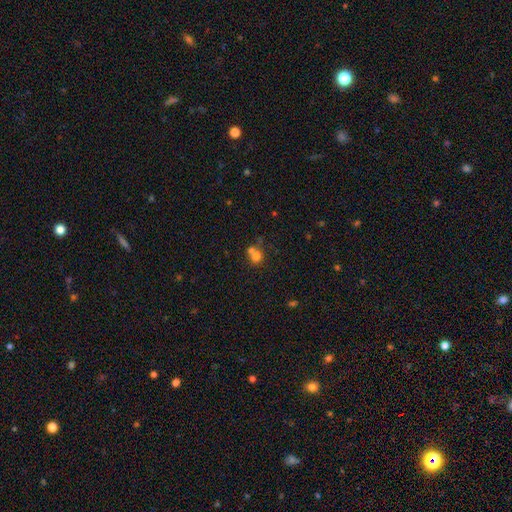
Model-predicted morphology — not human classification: smooth_or_featured: smooth (p=0.71) [alt: star or artifact p=0.14]
how_rounded: round (p=0.81) [alt: in between p=0.18]
merging: merger (p=0.51) [alt: none p=0.37]